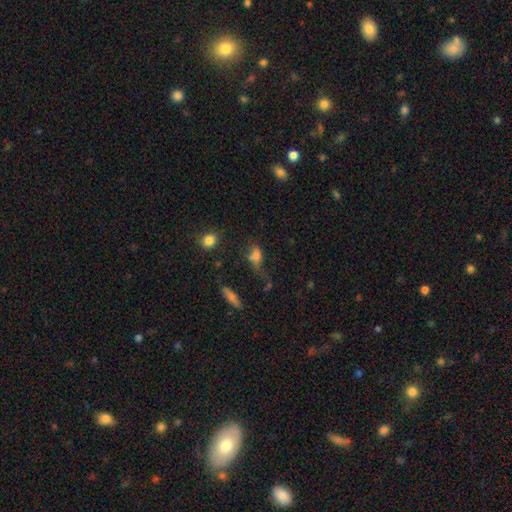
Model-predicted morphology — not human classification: Q: Smooth or featured?
A: smooth (69%); runner-up: star or artifact (16%)
Q: How rounded?
A: in between (71%); runner-up: round (20%)
Q: Merging?
A: none (35%); runner-up: major disturbance (26%)